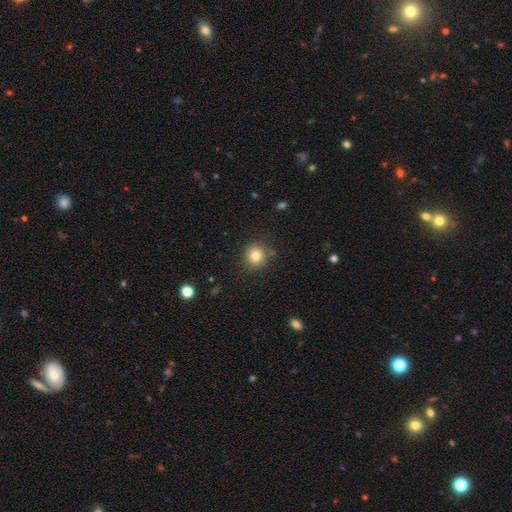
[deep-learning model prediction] A smooth galaxy with no disk features (81%) that is round (91%).

Vote fractions:
- Smooth or featured? smooth: 81% / star or artifact: 12% / featured or disk: 7%
- How rounded? round: 91% / in between: 8% / cigar-shaped: 1%
- Merging? none: 85% / minor disturbance: 10% / major disturbance: 3% / merger: 3%